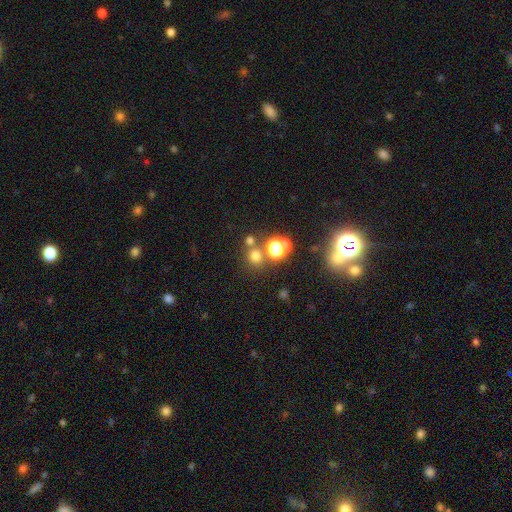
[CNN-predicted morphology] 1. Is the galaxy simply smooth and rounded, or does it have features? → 63% smooth, 29% star or artifact, 8% featured or disk.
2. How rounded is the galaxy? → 88% round, 11% in between, 1% cigar-shaped.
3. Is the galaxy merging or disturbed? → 70% none, 18% merger, 8% minor disturbance, 4% major disturbance.